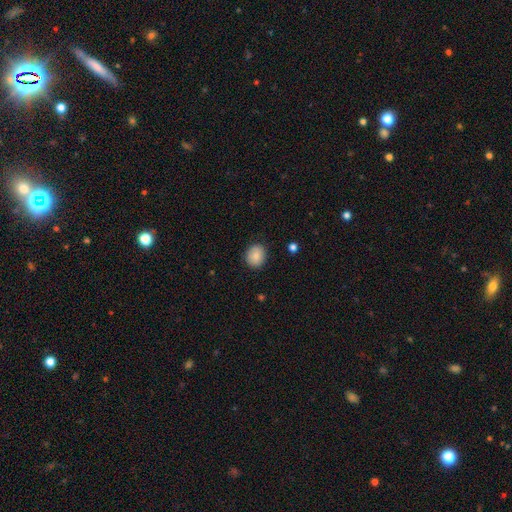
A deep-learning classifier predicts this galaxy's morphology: The model was most divided on "how rounded": round: 73%, in between: 26%, cigar-shaped: 1%. More confident: merging — none (87%); smooth or featured — smooth (81%).